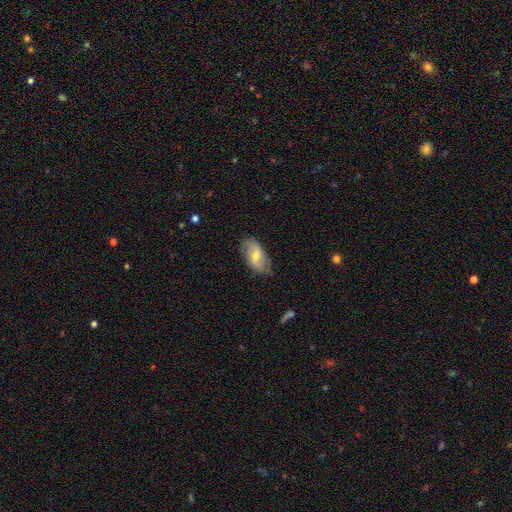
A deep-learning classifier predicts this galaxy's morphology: This appears to be a smooth galaxy with no disk features (47%). Merging: none (73%).